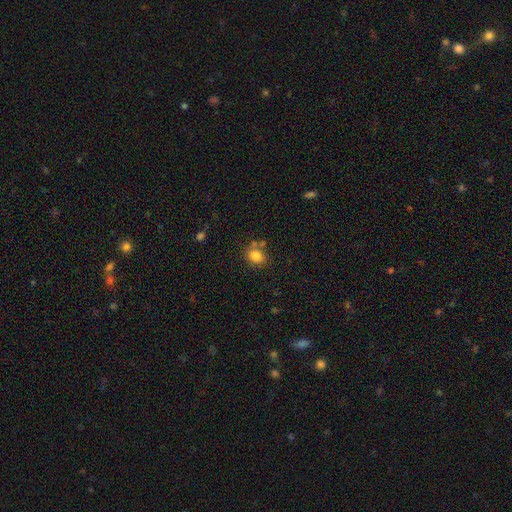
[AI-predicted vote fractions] This is clearly a smooth galaxy (82%). How rounded: possibly round (56%). Merging: likely none (66%).